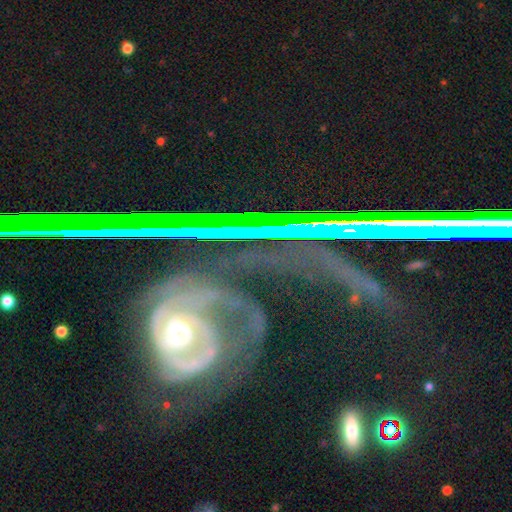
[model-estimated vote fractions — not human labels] The model was most divided on "bar": no: 53%, weak: 27%, strong: 20%. More confident: edge-on disk — no (86%); spiral arms — yes (84%); smooth or featured — featured or disk (65%); bulge size — moderate (61%); merging — none (54%).